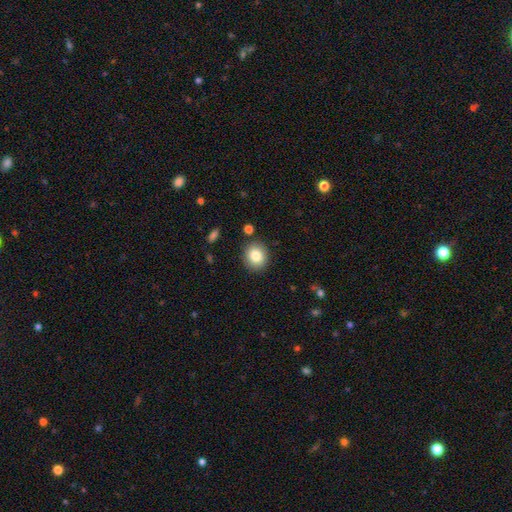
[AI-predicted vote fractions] smooth 83%, star or artifact 9%, featured or disk 8%. Down the decision tree: how rounded — round (74%); merging — none (88%).